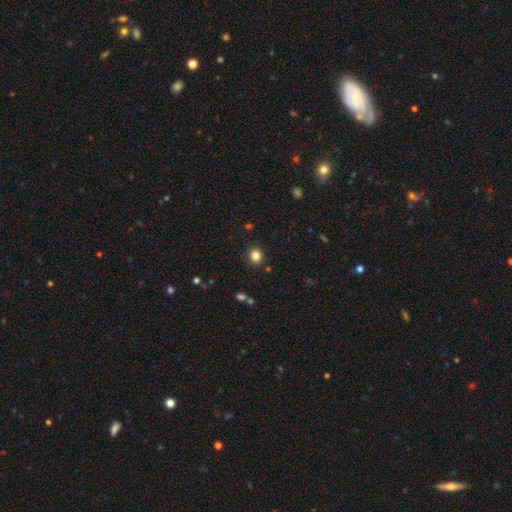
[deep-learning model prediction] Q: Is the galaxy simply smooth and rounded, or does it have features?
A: smooth — 84%.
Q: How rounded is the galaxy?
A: round — 73%.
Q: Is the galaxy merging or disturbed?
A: none — 88%.